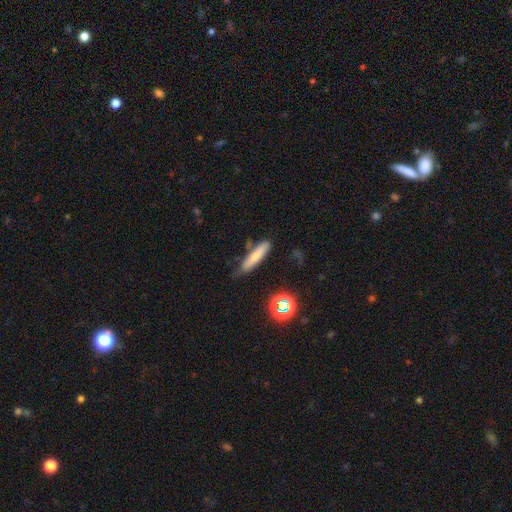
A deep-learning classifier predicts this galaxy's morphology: Smooth or featured? Predicted: smooth (p=0.73). How rounded? Predicted: cigar-shaped (p=0.83). Merging? Predicted: none (p=0.68).